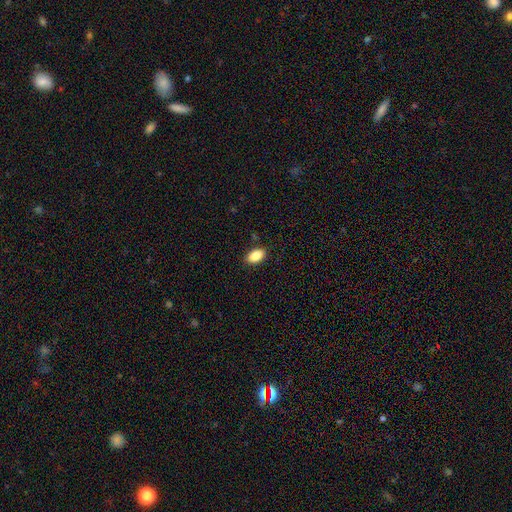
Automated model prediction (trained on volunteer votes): Smooth or featured? smooth (88%)
How rounded? in between (92%)
Merging? none (87%)